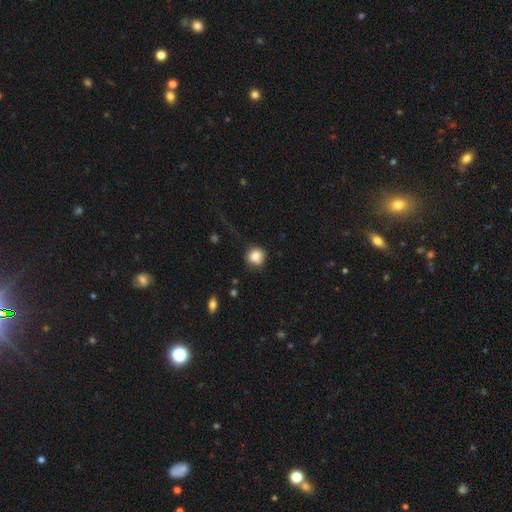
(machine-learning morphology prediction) This appears to be a smooth galaxy with no disk features (82%) that is round (82%). Merging: none (69%).